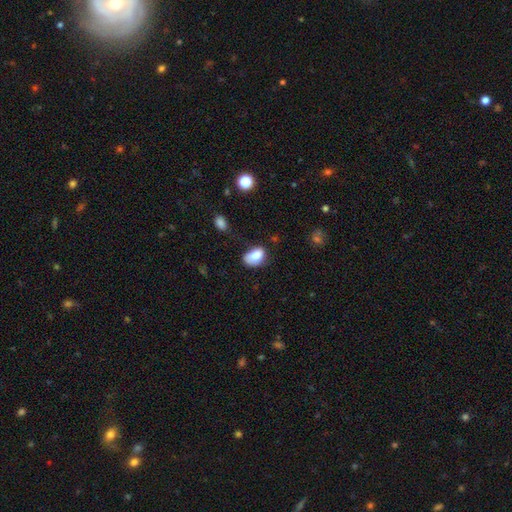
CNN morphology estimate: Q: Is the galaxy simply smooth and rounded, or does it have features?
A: smooth — 80%.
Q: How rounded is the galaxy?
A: in between — 87%.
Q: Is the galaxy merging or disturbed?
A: none — 57%.